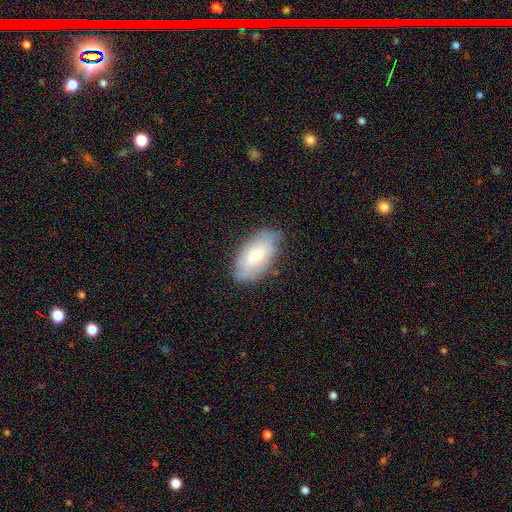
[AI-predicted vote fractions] smooth_or_featured: smooth (p=0.61) [alt: featured or disk p=0.32]
how_rounded: in between (p=0.93) [alt: cigar-shaped p=0.04]
merging: none (p=0.74) [alt: minor disturbance p=0.20]